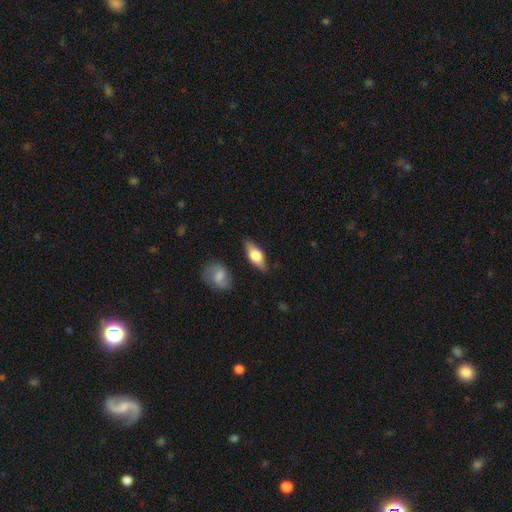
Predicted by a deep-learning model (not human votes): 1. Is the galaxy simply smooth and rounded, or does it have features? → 57% smooth, 37% featured or disk, 6% star or artifact.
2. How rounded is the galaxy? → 73% in between, 23% cigar-shaped, 4% round.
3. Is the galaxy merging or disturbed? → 82% none, 13% minor disturbance, 3% major disturbance, 3% merger.